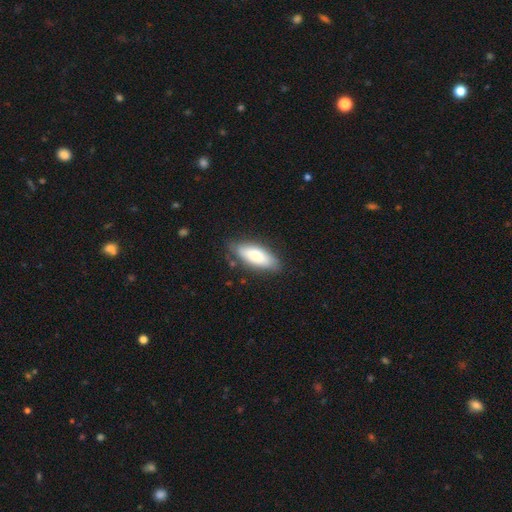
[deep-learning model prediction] Smooth or featured? smooth (78%)
How rounded? in between (75%)
Merging? none (79%)